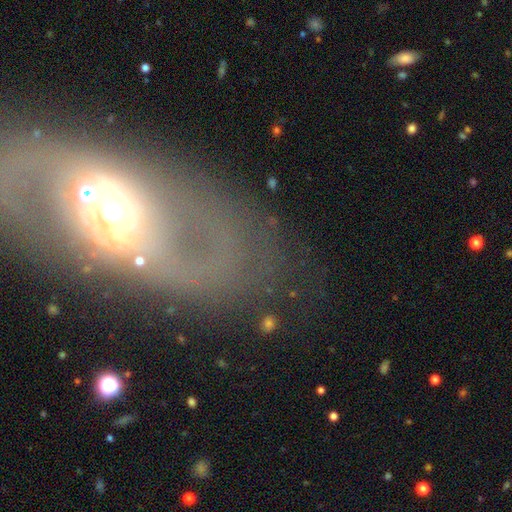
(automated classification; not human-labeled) Morphology: type=featured or disk (65%); edge-on=no (91%); bar=no (58%); spiral arms=yes (57%); bulge=moderate (57%); merging=none (57%).